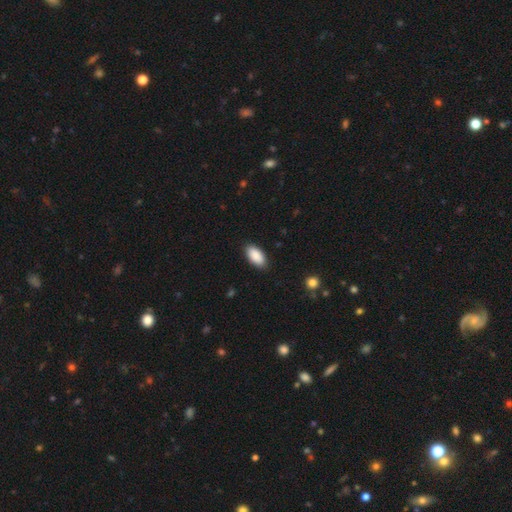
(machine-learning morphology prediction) smooth_or_featured: smooth (p=0.90) [alt: star or artifact p=0.06]
how_rounded: in between (p=0.93) [alt: cigar-shaped p=0.05]
merging: none (p=0.88) [alt: minor disturbance p=0.09]